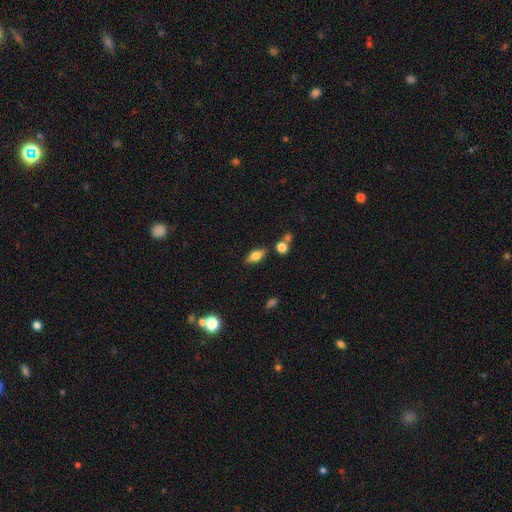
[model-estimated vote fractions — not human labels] smooth-or-featured: smooth: 59% | featured or disk: 32% | star or artifact: 9%
  how-rounded: in between: 78% | cigar-shaped: 16% | round: 6%
  merging: none: 78% | minor disturbance: 12% | merger: 6% | major disturbance: 3%